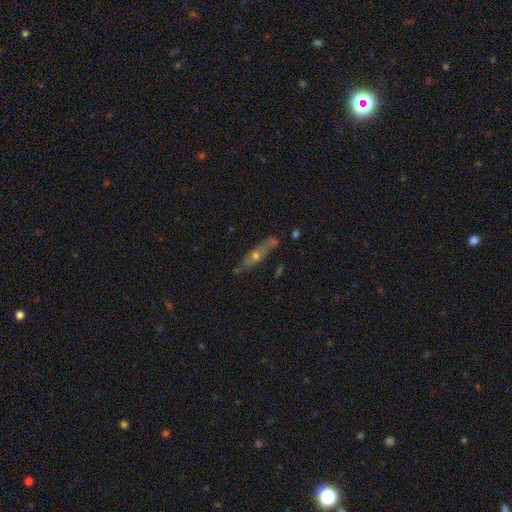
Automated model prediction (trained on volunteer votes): featured or disk 56%, smooth 35%, star or artifact 9%. Down the decision tree: edge-on disk — yes (60%); merging — none (63%).